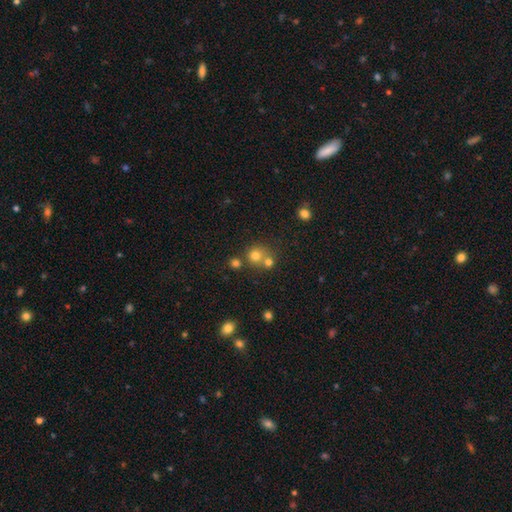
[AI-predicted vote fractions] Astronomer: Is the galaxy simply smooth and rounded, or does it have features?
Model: smooth — 73%.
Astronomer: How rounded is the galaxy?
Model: round — 88%.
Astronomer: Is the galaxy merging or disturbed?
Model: none — 55% (runner-up: merger, 34%).